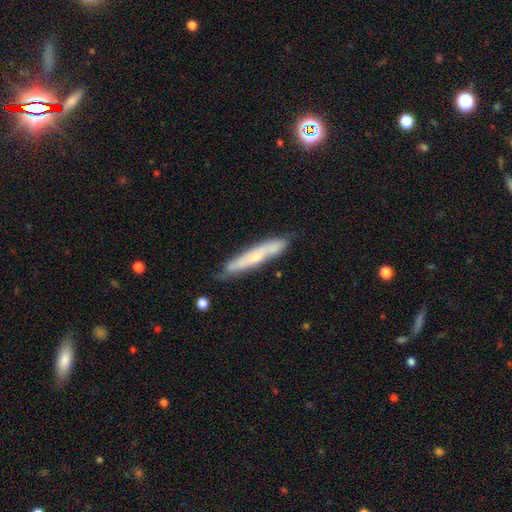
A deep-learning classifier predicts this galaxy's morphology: Smooth or featured? featured or disk (50%)
Edge-on disk? yes (71%)
Merging? none (78%)